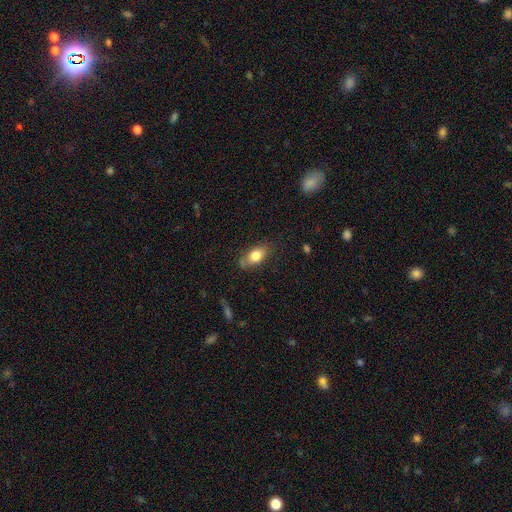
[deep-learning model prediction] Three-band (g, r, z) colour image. It shows a smooth galaxy with no disk features (79%) that is in between round and cigar-shaped (84%). Merging: none (71%).